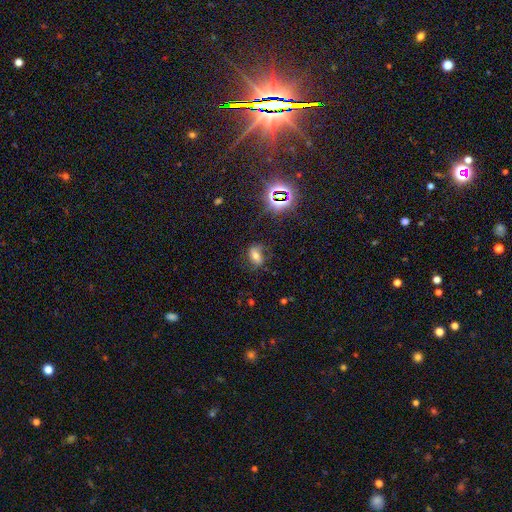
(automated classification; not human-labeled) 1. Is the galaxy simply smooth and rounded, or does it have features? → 38% featured or disk, 37% smooth, 25% star or artifact.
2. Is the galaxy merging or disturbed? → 66% none, 20% minor disturbance, 12% major disturbance, 2% merger.